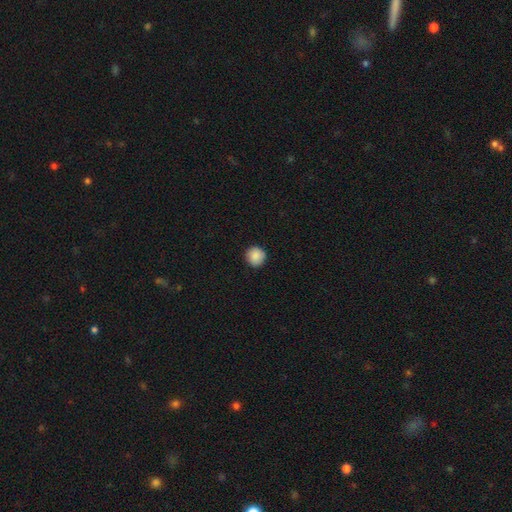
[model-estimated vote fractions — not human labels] smooth 88%, star or artifact 8%, featured or disk 4%. Down the decision tree: how rounded — round (95%); merging — none (90%).